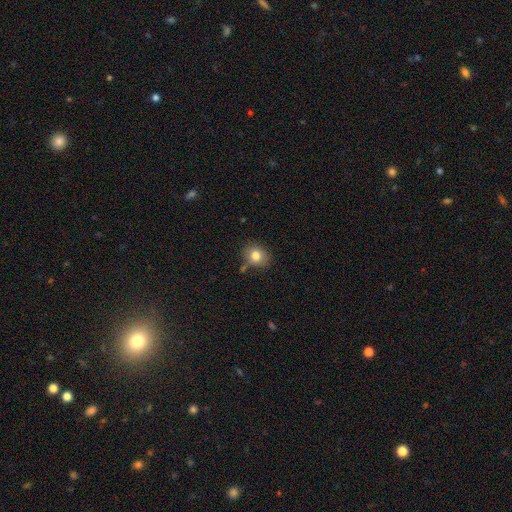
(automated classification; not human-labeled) A smooth galaxy with no disk features (80%) that is round (62%). Merging: none (76%).